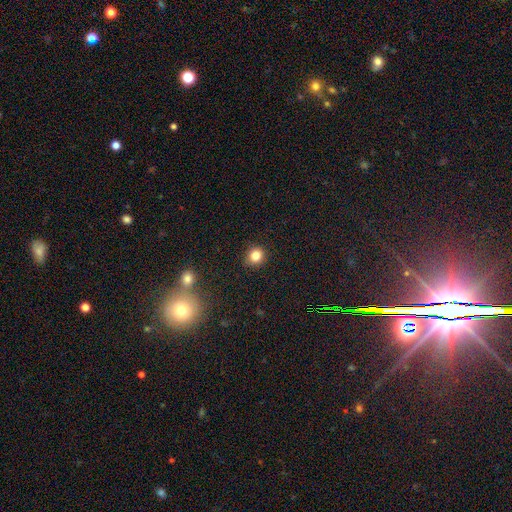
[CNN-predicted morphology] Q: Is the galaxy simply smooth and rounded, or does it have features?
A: smooth — 82%.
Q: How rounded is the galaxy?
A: round — 86%.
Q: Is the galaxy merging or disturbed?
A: none — 88%.